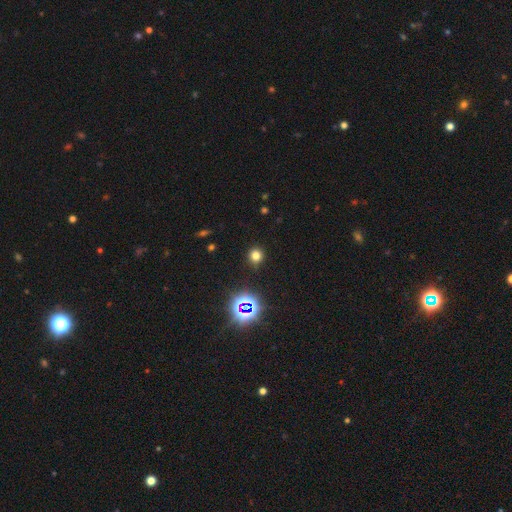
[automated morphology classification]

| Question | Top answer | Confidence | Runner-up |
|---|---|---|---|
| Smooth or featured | smooth | 71% | star or artifact (23%) |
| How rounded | round | 90% | in between (9%) |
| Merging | none | 89% | minor disturbance (7%) |